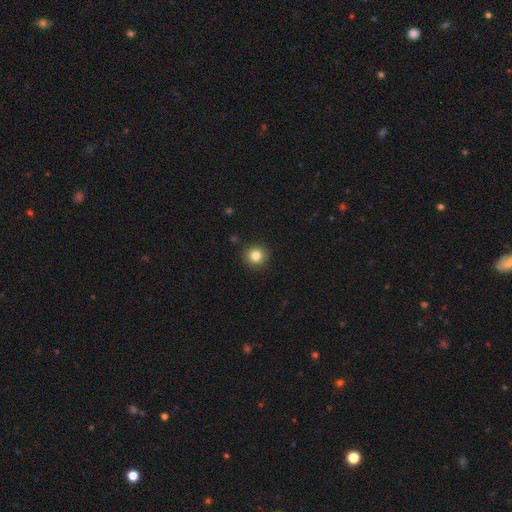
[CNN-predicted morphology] Overall: smooth (83%). How rounded: round (93%). Merging: none (91%).